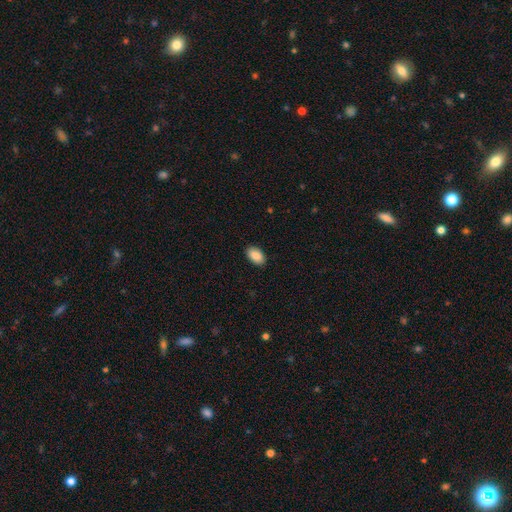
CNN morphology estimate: This appears to be a smooth galaxy with no disk features (89%) that is in between round and cigar-shaped (93%). Merging: none (90%).